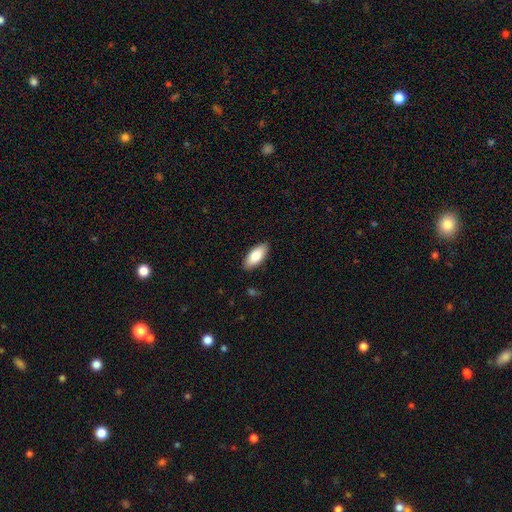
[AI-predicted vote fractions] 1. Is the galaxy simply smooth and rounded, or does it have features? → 84% smooth, 11% featured or disk, 6% star or artifact.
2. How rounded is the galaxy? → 87% in between, 11% cigar-shaped, 2% round.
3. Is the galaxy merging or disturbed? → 87% none, 10% minor disturbance, 2% major disturbance, 1% merger.